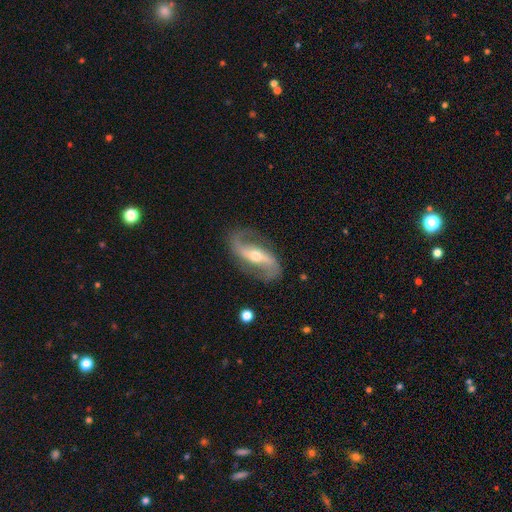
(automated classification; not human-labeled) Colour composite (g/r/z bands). It shows a featured or disk galaxy (90%) with a strong bar (42%), 2 (93%) loose (62%) spiral arms (97%) and a moderate central bulge (51%). Merging: none (82%).